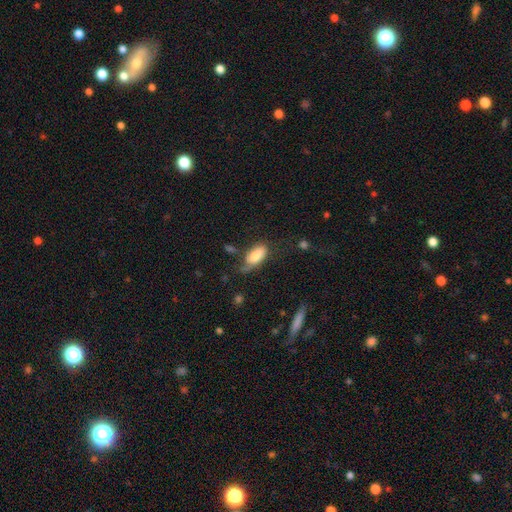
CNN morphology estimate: Smooth or featured: smooth — 75% (featured or disk — 17%)
How rounded: in between — 91% (cigar-shaped — 6%)
Merging: none — 41% (minor disturbance — 32%)